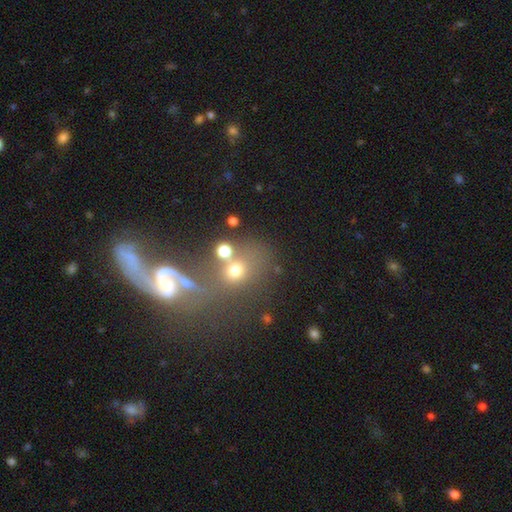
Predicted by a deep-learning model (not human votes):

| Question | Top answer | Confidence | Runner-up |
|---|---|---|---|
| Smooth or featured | smooth | 41% | featured or disk (33%) |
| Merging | merger | 48% | none (27%) |